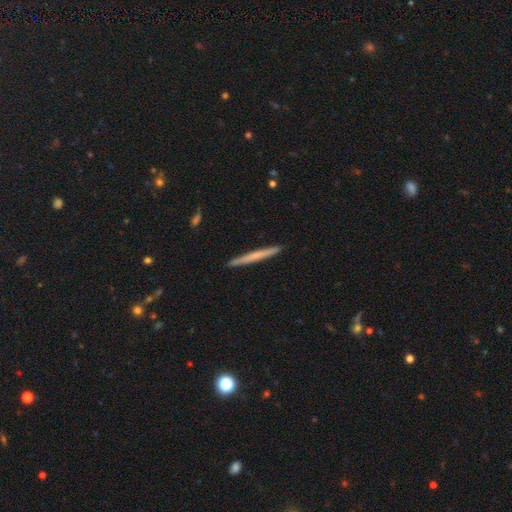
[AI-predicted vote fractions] This appears to be a smooth galaxy with no disk features (50%) that is cigar-shaped (97%). Merging: none (92%).